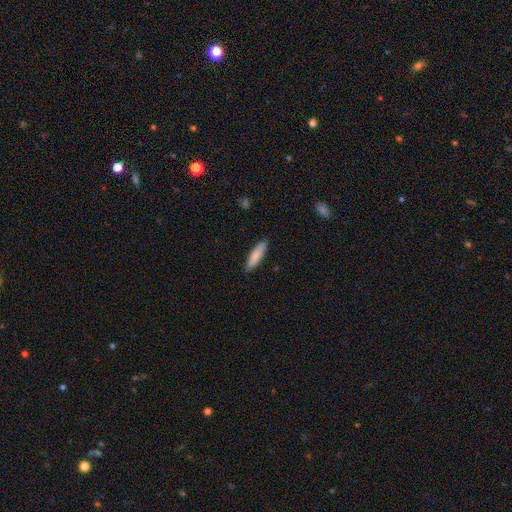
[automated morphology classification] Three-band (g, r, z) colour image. It shows a smooth galaxy with no disk features (81%) that is cigar-shaped (67%). Merging: none (86%).